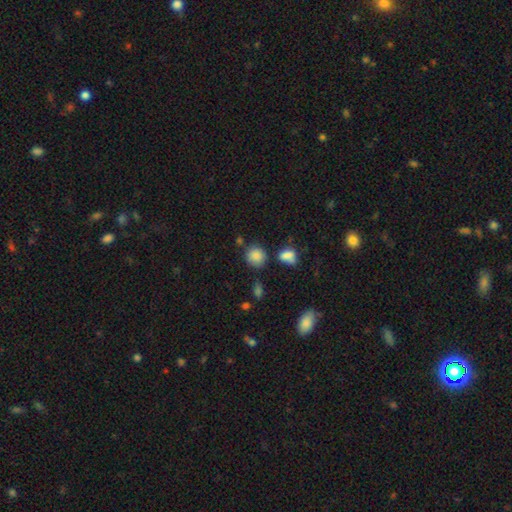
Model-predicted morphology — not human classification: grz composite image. It shows a smooth galaxy with no disk features (84%) that is round (84%). Merging: none (72%).